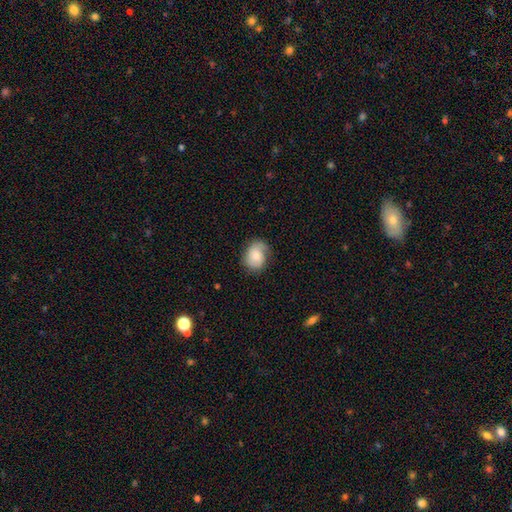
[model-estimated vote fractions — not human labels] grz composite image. It shows a smooth galaxy with no disk features (66%) that is in between round and cigar-shaped (53%). Merging: none (62%).